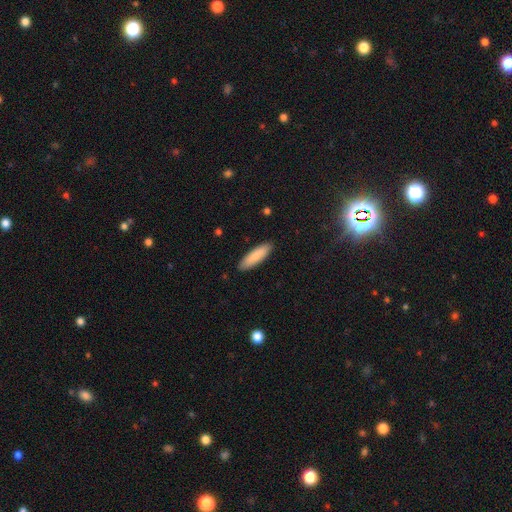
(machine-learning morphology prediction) Smooth or featured? smooth (85%)
How rounded? cigar-shaped (62%)
Merging? none (90%)